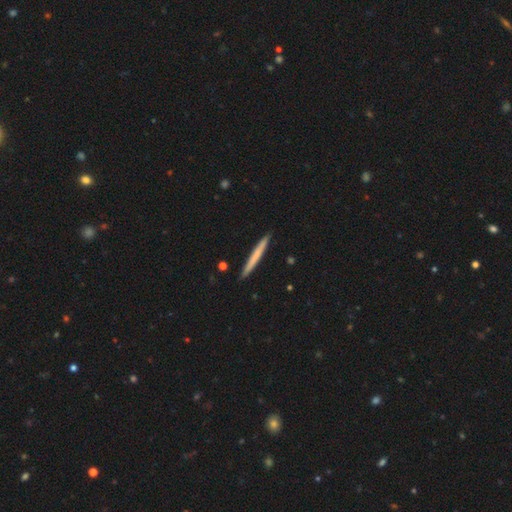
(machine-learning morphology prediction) A smooth galaxy with no disk features (63%) that is cigar-shaped (97%). Merging: none (92%).